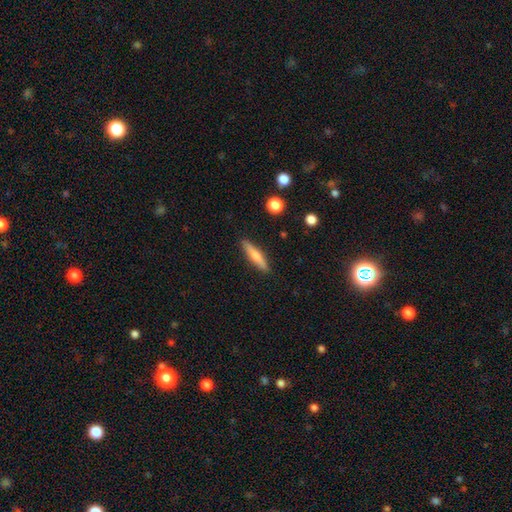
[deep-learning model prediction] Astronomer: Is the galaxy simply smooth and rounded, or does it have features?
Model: smooth — 64%.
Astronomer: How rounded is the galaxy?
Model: cigar-shaped — 86%.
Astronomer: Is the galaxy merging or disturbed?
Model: none — 89%.